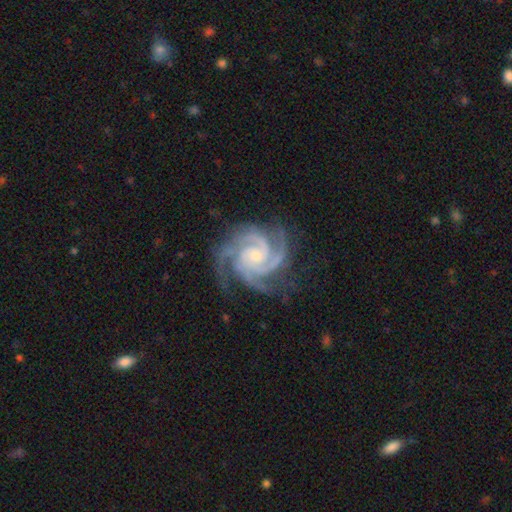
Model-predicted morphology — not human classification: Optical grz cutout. It shows a featured or disk galaxy (94%) with no bar (68%), 3 (53%) tight (66%) spiral arms (99%) and a small central bulge (69%). Merging: none (76%).